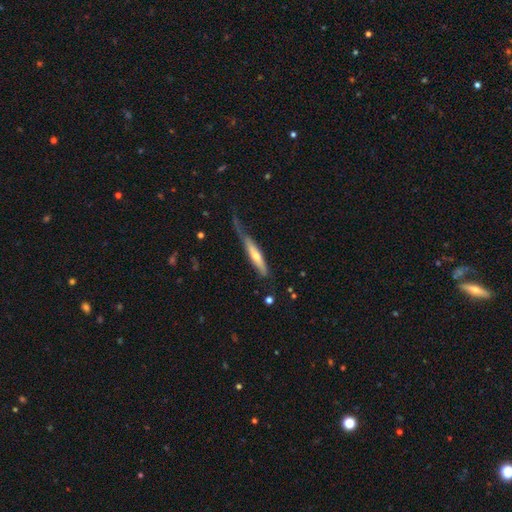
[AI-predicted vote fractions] Morphology: type=smooth (54%); roundness=cigar-shaped (87%); merging=none (39%).